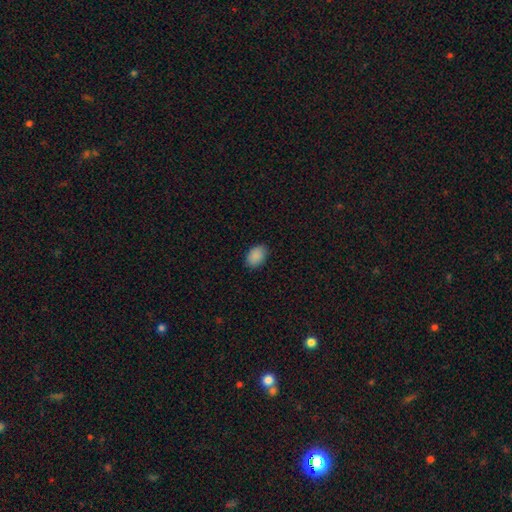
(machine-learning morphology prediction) This appears to be a smooth galaxy with no disk features (90%) that is in between round and cigar-shaped (85%). Merging: none (87%).